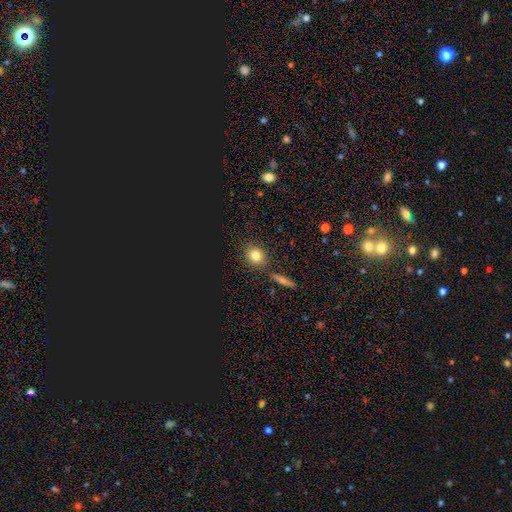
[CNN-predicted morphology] This appears to be a smooth galaxy with no disk features (79%) that is round (71%). Merging: none (84%).